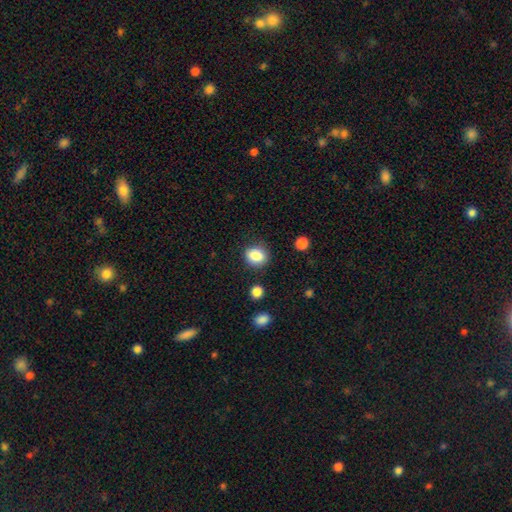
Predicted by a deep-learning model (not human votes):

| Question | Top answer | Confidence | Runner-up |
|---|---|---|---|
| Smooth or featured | smooth | 86% | star or artifact (9%) |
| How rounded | round | 60% | in between (39%) |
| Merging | none | 84% | minor disturbance (10%) |